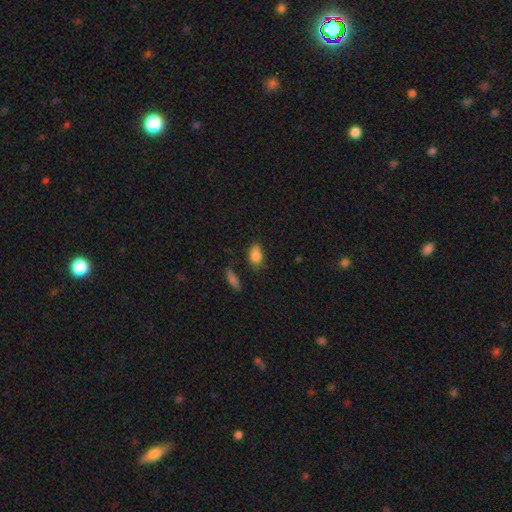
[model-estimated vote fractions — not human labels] Morphology: type=smooth (84%); roundness=in between (82%); merging=none (63%).